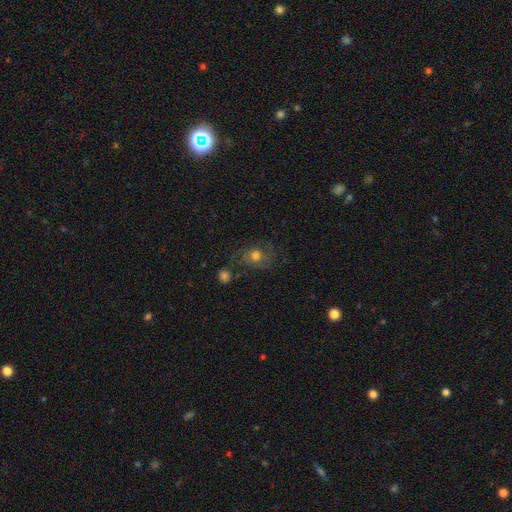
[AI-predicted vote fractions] This is possibly a featured or disk galaxy (53%). It is clearly not viewed edge-on (96%). Bar: clearly no (81%). Spiral arm pattern: clearly yes (82%). Central bulge: likely moderate (69%). Merging: likely none (61%).